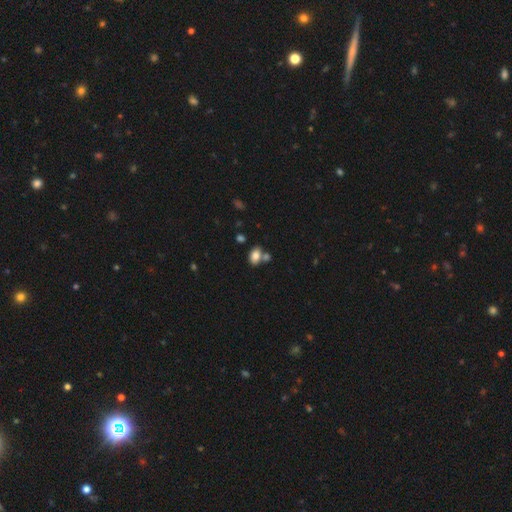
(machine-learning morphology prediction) This appears to be a smooth galaxy with no disk features (82%) that is in between round and cigar-shaped (84%). Merging: none (57%).